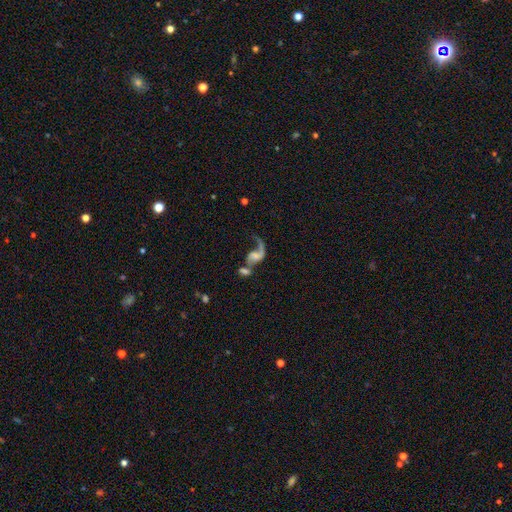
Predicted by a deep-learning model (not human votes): smooth_or_featured: featured or disk (p=0.68) [alt: smooth p=0.23]
disk_edge_on: no (p=0.97) [alt: yes p=0.03]
bar: no (p=0.63) [alt: weak p=0.29]
has_spiral_arms: yes (p=0.82) [alt: no p=0.18]
spiral_winding: loose (p=0.85) [alt: medium p=0.12]
spiral_arm_count: 1 (p=0.58) [alt: 2 p=0.37]
bulge_size: small (p=0.34) [alt: none p=0.29]
merging: merger (p=0.50) [alt: major disturbance p=0.23]